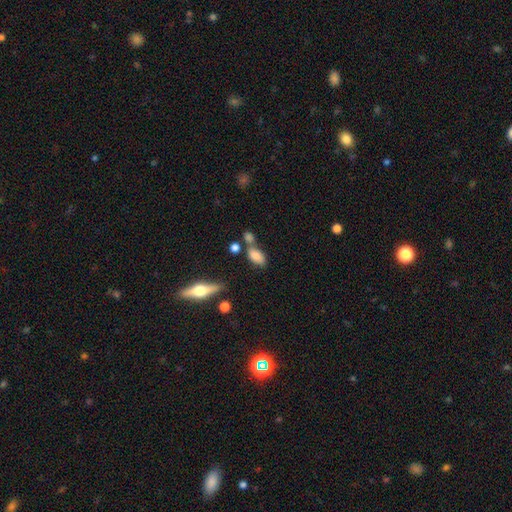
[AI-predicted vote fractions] Morphology: type=smooth (80%); roundness=in between (88%); merging=none (50%).